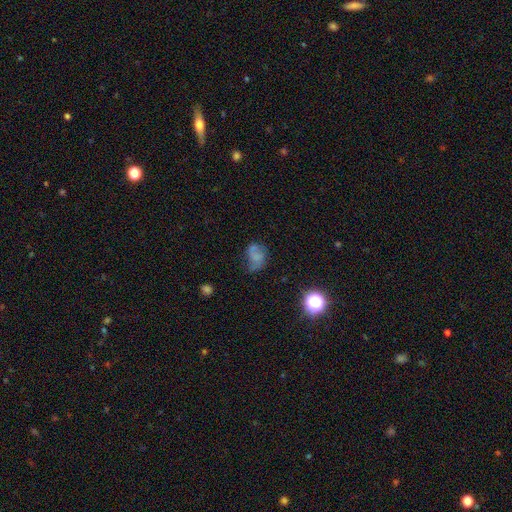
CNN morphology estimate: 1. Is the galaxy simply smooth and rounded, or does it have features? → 45% smooth, 38% featured or disk, 17% star or artifact.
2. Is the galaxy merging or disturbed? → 41% none, 29% minor disturbance, 24% major disturbance, 7% merger.